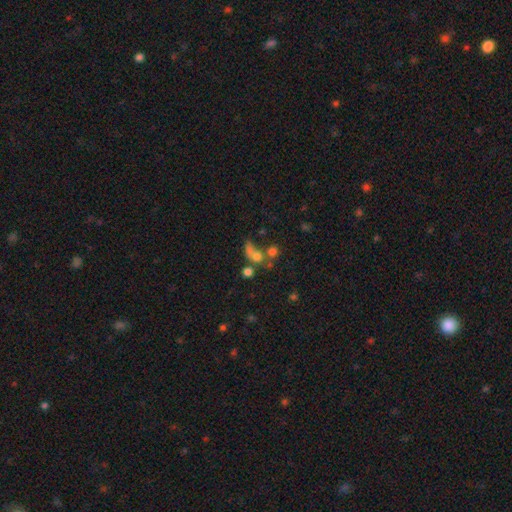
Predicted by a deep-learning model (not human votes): Overall: smooth (61%). How rounded: round (57%; in between 39%). Merging: merger (41%; none 28%).